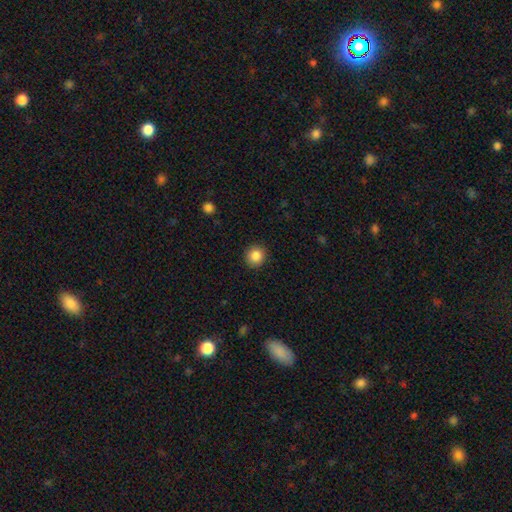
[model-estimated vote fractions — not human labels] smooth-or-featured: smooth: 86% | star or artifact: 10% | featured or disk: 4%
  how-rounded: round: 92% | in between: 7% | cigar-shaped: 1%
  merging: none: 92% | minor disturbance: 6% | major disturbance: 2% | merger: 1%